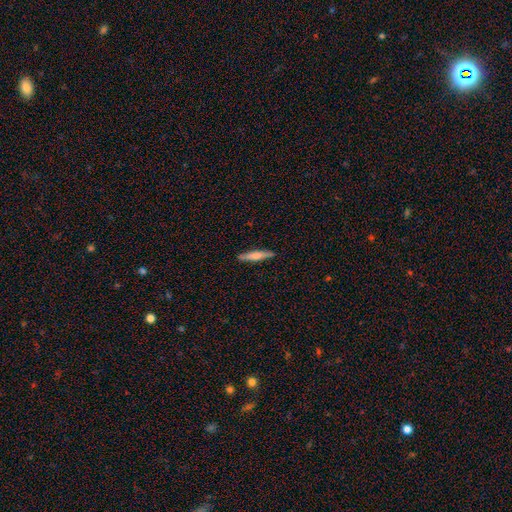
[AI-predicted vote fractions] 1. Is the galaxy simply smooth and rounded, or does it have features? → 57% smooth, 37% featured or disk, 6% star or artifact.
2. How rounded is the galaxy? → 90% cigar-shaped, 8% in between, 2% round.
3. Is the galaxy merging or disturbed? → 90% none, 8% minor disturbance, 2% major disturbance, 1% merger.